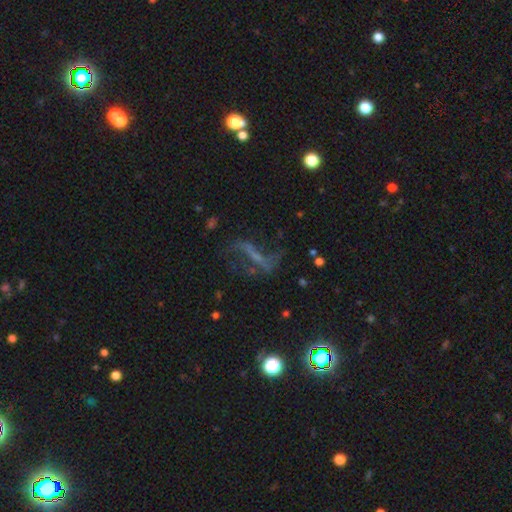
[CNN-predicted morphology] A featured or disk galaxy (51%).

Vote fractions:
- Smooth or featured? featured or disk: 51% / star or artifact: 26% / smooth: 23%
- Edge-on disk? no: 76% / yes: 24%
- Merging? none: 50% / major disturbance: 27% / minor disturbance: 18% / merger: 5%